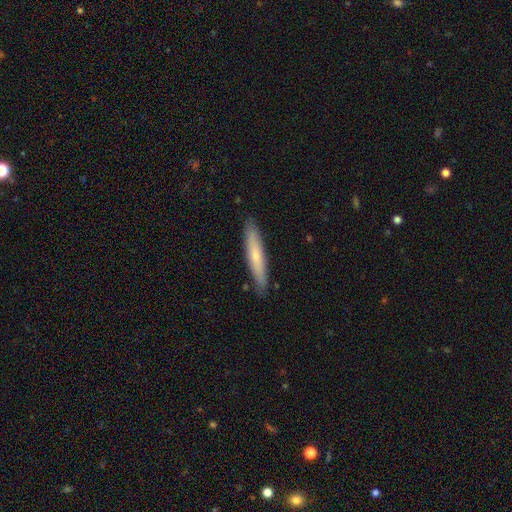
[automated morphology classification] This appears to be a smooth galaxy with no disk features (64%) that is cigar-shaped (91%). Merging: none (88%).